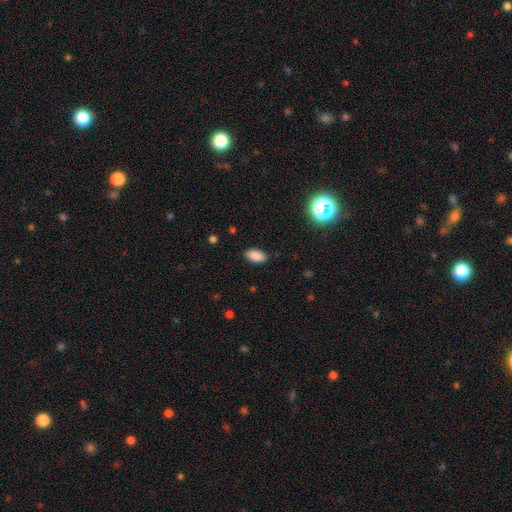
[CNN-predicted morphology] A smooth galaxy with no disk features (87%) that is in between round and cigar-shaped (93%).

Vote fractions:
- Smooth or featured? smooth: 87% / star or artifact: 9% / featured or disk: 4%
- How rounded? in between: 93% / round: 4% / cigar-shaped: 4%
- Merging? none: 88% / minor disturbance: 9% / major disturbance: 2% / merger: 1%